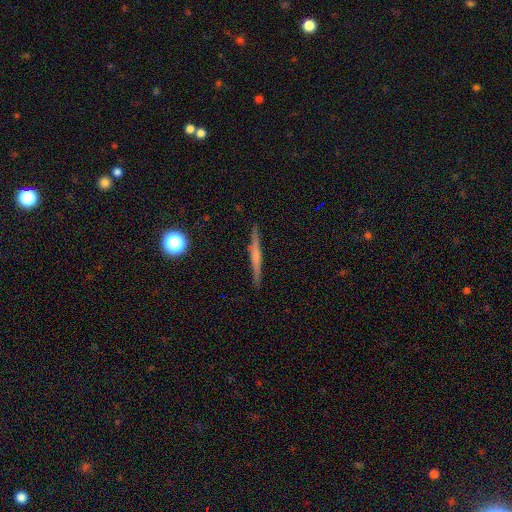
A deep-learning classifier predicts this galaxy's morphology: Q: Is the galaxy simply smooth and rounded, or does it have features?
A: featured or disk — 58%.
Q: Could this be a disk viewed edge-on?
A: yes — 97%.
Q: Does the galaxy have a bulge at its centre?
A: none — 48%.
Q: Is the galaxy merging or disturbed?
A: none — 90%.